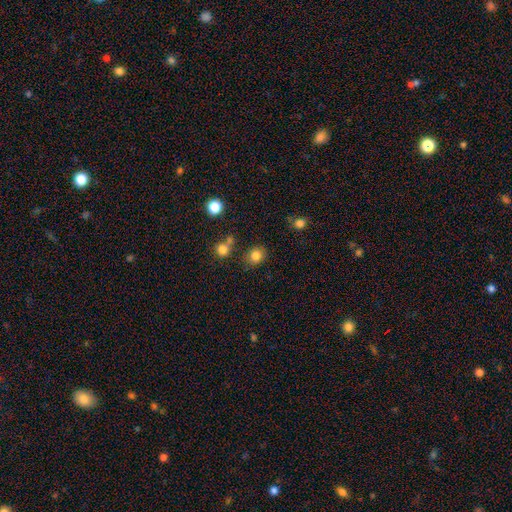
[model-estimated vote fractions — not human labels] smooth_or_featured: smooth (p=0.82) [alt: star or artifact p=0.12]
how_rounded: round (p=0.70) [alt: in between p=0.29]
merging: none (p=0.79) [alt: minor disturbance p=0.11]